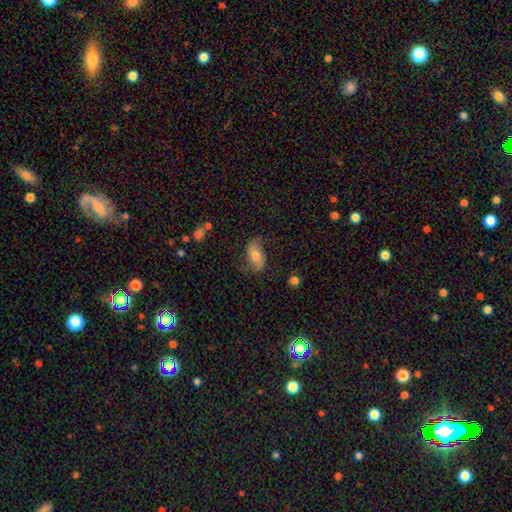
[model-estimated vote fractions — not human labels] This appears to be a smooth galaxy with no disk features (46%, tied with featured or disk). Merging: none (66%).